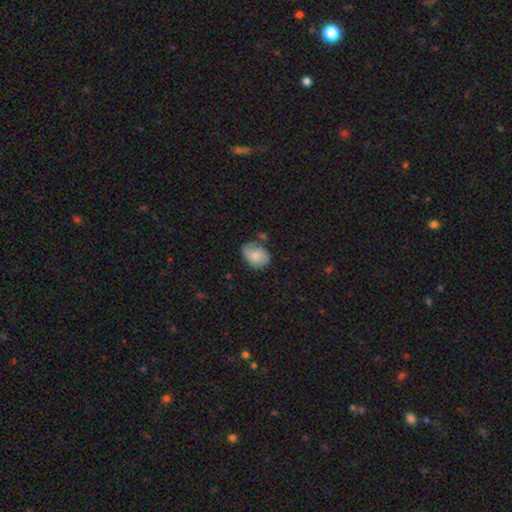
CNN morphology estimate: smooth-or-featured: smooth: 69% | featured or disk: 23% | star or artifact: 8%
  how-rounded: in between: 60% | round: 39% | cigar-shaped: 1%
  merging: none: 54% | minor disturbance: 31% | major disturbance: 9% | merger: 6%